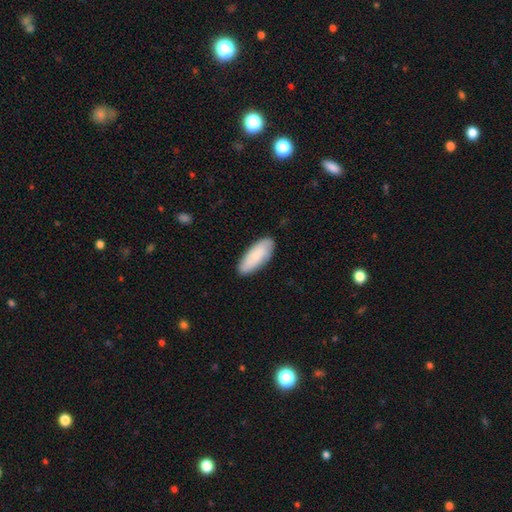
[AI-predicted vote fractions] Smooth or featured? Predicted: smooth (p=0.72). How rounded? Predicted: in between (p=0.78). Merging? Predicted: none (p=0.85).